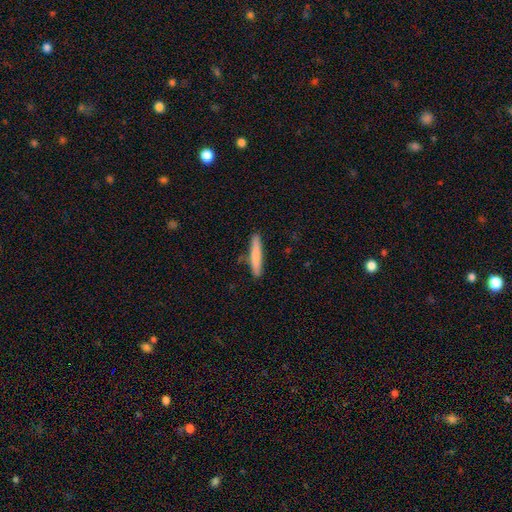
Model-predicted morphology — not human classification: The model was most divided on "smooth or featured": smooth: 73%, featured or disk: 22%, star or artifact: 5%. More confident: how rounded — cigar-shaped (94%); merging — none (87%).